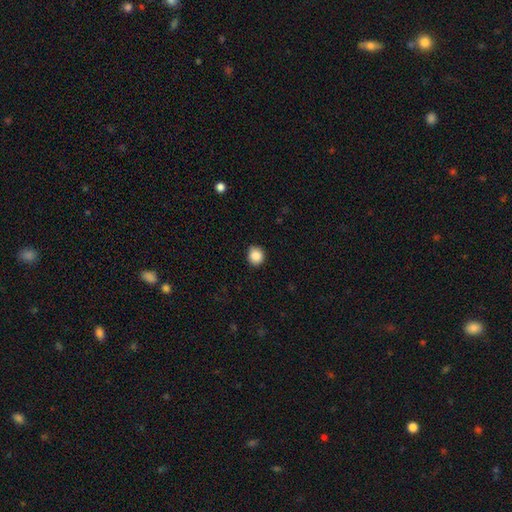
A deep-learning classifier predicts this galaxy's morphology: A smooth galaxy with no disk features (87%) that is round (84%).

Vote fractions:
- Smooth or featured? smooth: 87% / star or artifact: 9% / featured or disk: 3%
- How rounded? round: 84% / in between: 15% / cigar-shaped: 1%
- Merging? none: 88% / minor disturbance: 9% / major disturbance: 2% / merger: 1%